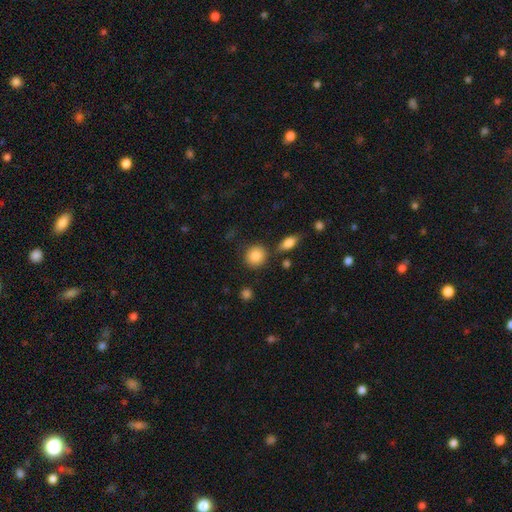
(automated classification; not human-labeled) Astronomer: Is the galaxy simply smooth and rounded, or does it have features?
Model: smooth — 87%.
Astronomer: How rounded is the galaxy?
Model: round — 85%.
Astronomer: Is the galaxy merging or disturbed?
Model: none — 82%.